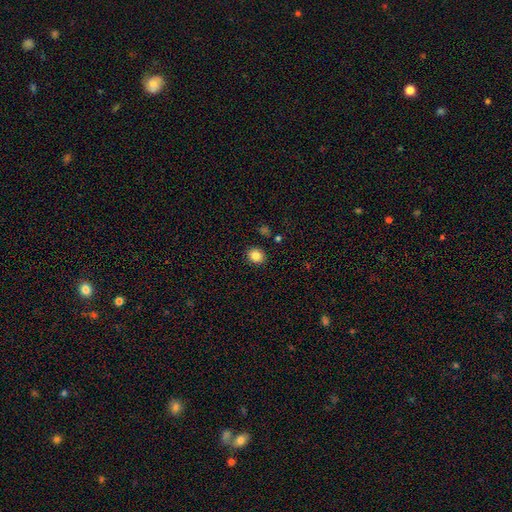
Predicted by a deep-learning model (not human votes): A smooth galaxy with no disk features (84%) that is round (73%). Merging: none (89%).